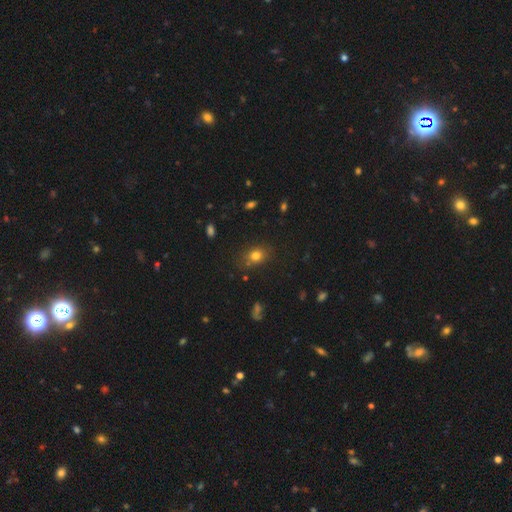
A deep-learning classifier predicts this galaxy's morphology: smooth-or-featured: smooth: 77% | star or artifact: 14% | featured or disk: 9%
  how-rounded: in between: 52% | round: 46% | cigar-shaped: 2%
  merging: none: 77% | minor disturbance: 15% | major disturbance: 4% | merger: 3%